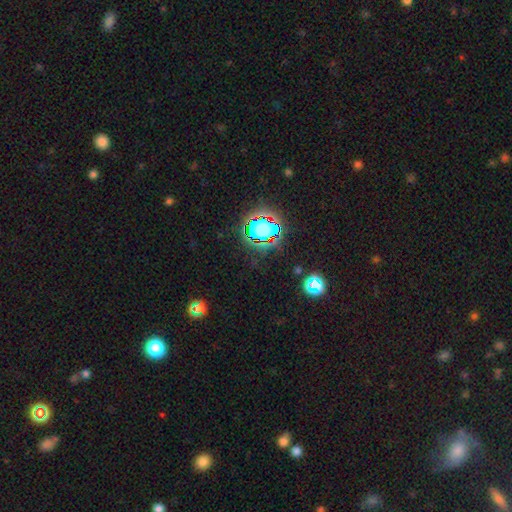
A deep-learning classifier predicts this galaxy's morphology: A star or artifact, not a galaxy (77%).

Vote fractions:
- Smooth or featured? star or artifact: 77% / smooth: 15% / featured or disk: 9%